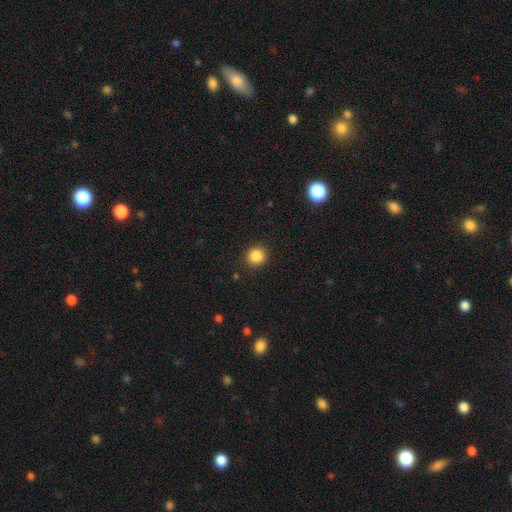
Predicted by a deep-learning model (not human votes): smooth 86%, star or artifact 10%, featured or disk 4%. Down the decision tree: how rounded — round (92%); merging — none (90%).